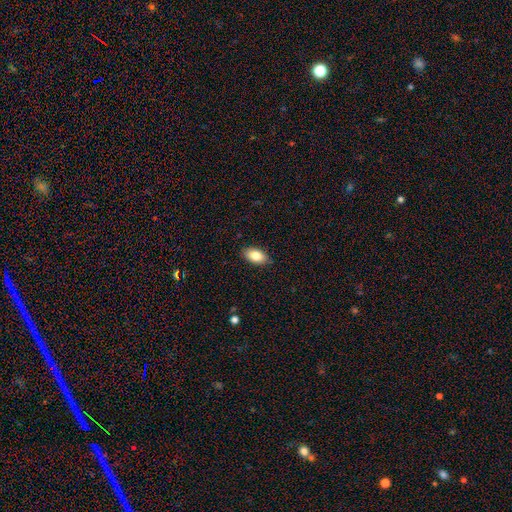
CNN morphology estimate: Smooth or featured?
  - smooth: 83% *
  - featured or disk: 10%
  - star or artifact: 7%
How rounded?
  - in between: 93% *
  - round: 5%
  - cigar-shaped: 2%
Merging?
  - none: 86% *
  - minor disturbance: 11%
  - major disturbance: 2%
  - merger: 1%